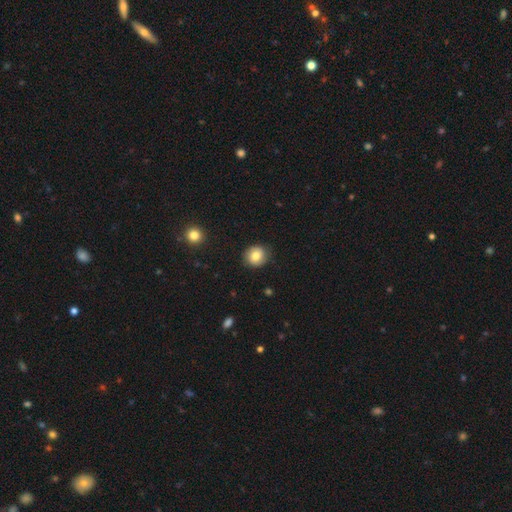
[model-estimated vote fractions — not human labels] Q: Smooth or featured?
A: smooth (80%); runner-up: featured or disk (11%)
Q: How rounded?
A: round (85%); runner-up: in between (14%)
Q: Merging?
A: none (86%); runner-up: minor disturbance (10%)